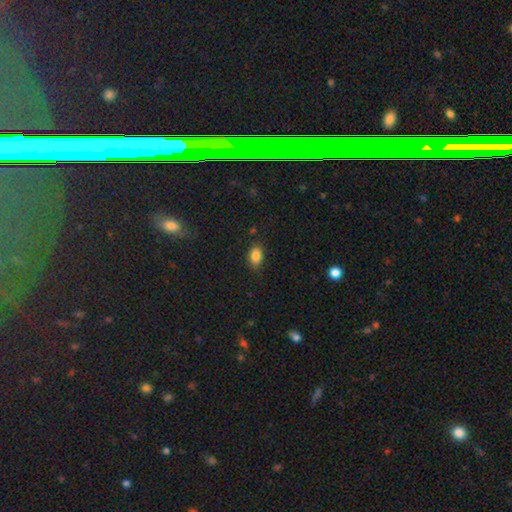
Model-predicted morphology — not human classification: Smooth or featured? Predicted: smooth (p=0.85). How rounded? Predicted: in between (p=0.84). Merging? Predicted: none (p=0.81).